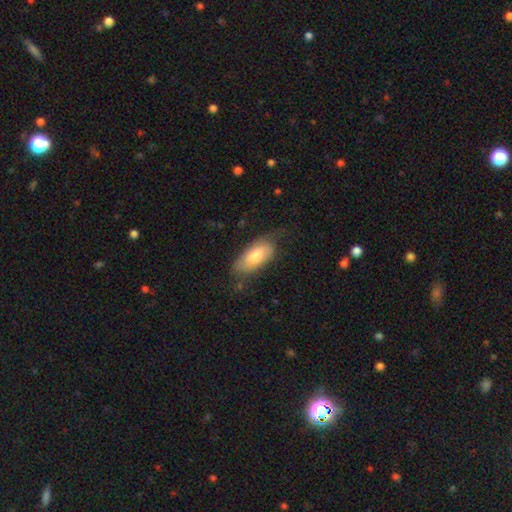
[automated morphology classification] A smooth galaxy with no disk features (71%) that is in between round and cigar-shaped (88%).

Vote fractions:
- Smooth or featured? smooth: 71% / featured or disk: 23% / star or artifact: 6%
- How rounded? in between: 88% / cigar-shaped: 10% / round: 2%
- Merging? none: 61% / minor disturbance: 27% / major disturbance: 10% / merger: 2%